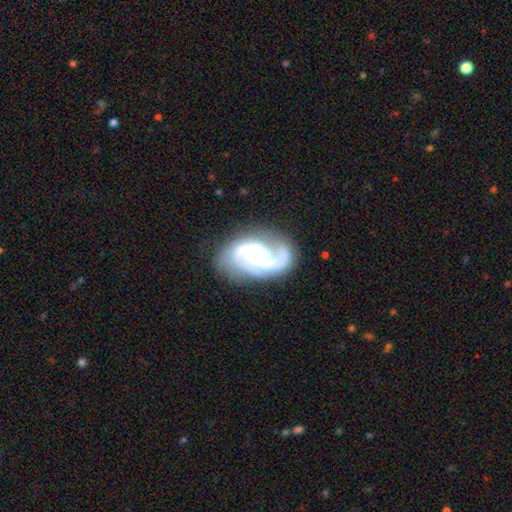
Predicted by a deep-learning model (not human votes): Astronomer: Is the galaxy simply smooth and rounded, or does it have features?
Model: featured or disk — 87%.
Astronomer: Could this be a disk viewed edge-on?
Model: no — 97%.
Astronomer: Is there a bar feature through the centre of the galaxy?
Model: no — 60%.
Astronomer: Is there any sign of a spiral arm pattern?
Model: yes — 97%.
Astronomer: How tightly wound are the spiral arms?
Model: tight — 50% (runner-up: medium, 41%).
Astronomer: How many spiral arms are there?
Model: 2 — 57%.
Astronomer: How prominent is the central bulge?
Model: small — 54% (runner-up: moderate, 32%).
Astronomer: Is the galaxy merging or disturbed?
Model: none — 67%.